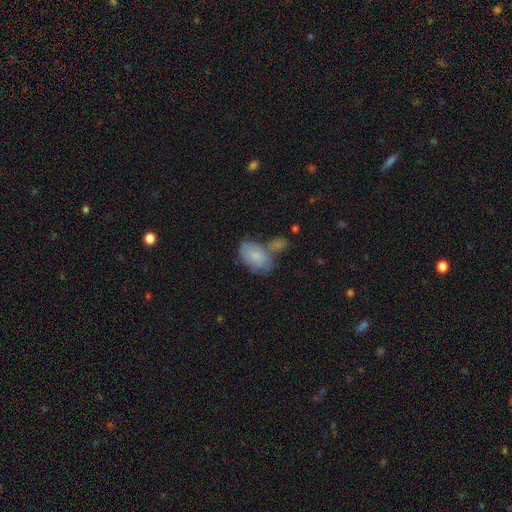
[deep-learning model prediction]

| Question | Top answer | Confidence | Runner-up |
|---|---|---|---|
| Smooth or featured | smooth | 75% | featured or disk (18%) |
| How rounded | in between | 91% | round (8%) |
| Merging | none | 39% | merger (34%) |